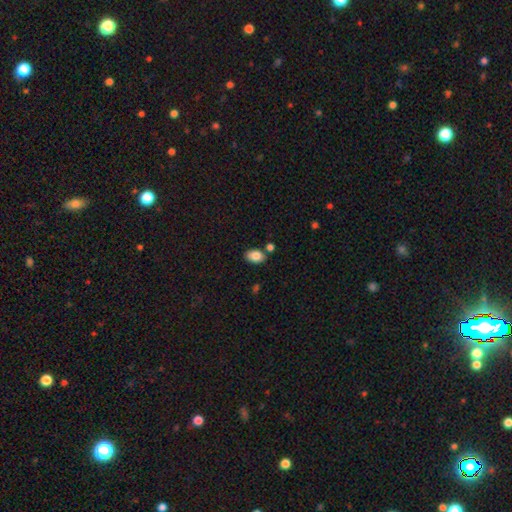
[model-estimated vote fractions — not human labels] Smooth or featured: smooth — 84% (featured or disk — 8%)
How rounded: in between — 87% (round — 12%)
Merging: none — 77% (minor disturbance — 12%)